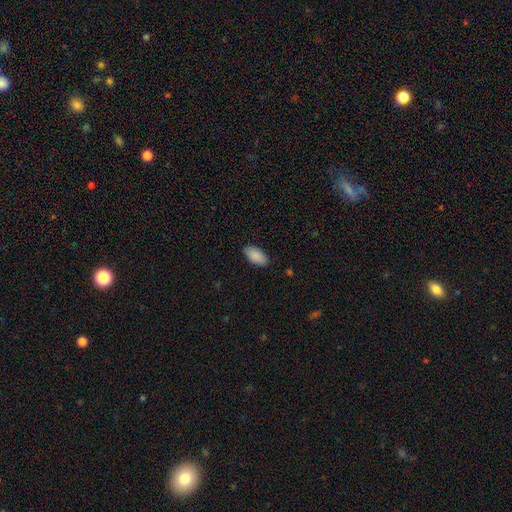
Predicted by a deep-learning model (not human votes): smooth-or-featured: smooth: 90% | star or artifact: 6% | featured or disk: 4%
  how-rounded: in between: 95% | cigar-shaped: 3% | round: 2%
  merging: none: 87% | minor disturbance: 10% | major disturbance: 2% | merger: 1%